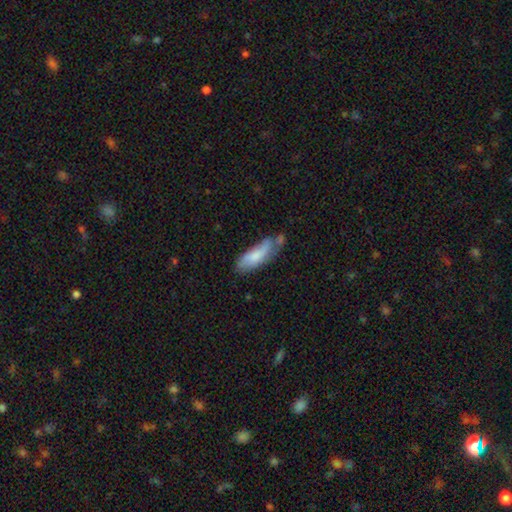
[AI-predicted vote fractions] Smooth or featured?
  - smooth: 71% *
  - featured or disk: 23%
  - star or artifact: 6%
How rounded?
  - in between: 58% *
  - cigar-shaped: 41%
  - round: 2%
Merging?
  - none: 41% *
  - minor disturbance: 35%
  - major disturbance: 12%
  - merger: 12%